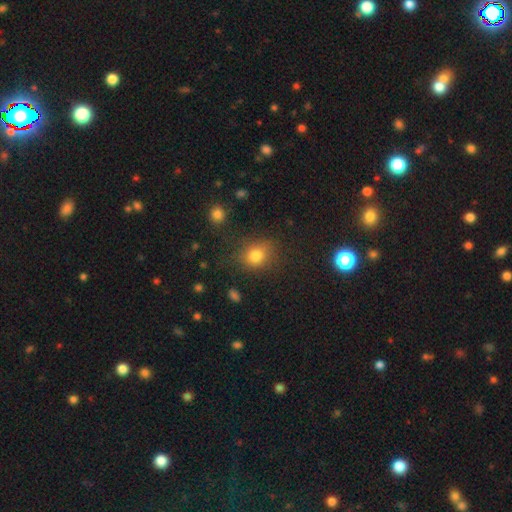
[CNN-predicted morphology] Q: Smooth or featured?
A: smooth (79%); runner-up: star or artifact (13%)
Q: How rounded?
A: round (62%); runner-up: in between (37%)
Q: Merging?
A: none (77%); runner-up: minor disturbance (15%)